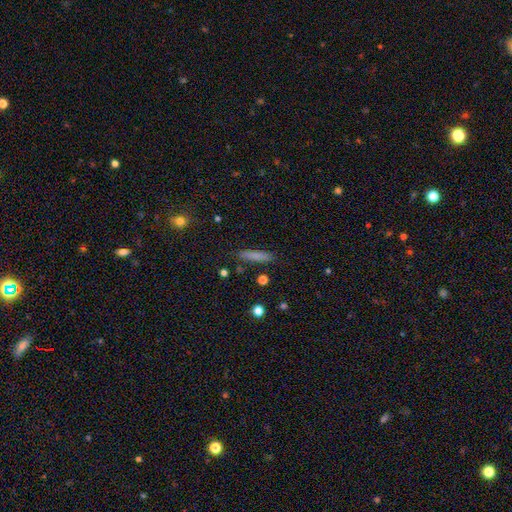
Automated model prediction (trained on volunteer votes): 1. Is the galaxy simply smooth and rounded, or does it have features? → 78% smooth, 14% featured or disk, 9% star or artifact.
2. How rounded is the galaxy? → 89% cigar-shaped, 10% in between, 2% round.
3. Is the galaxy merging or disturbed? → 86% none, 10% minor disturbance, 2% major disturbance, 2% merger.